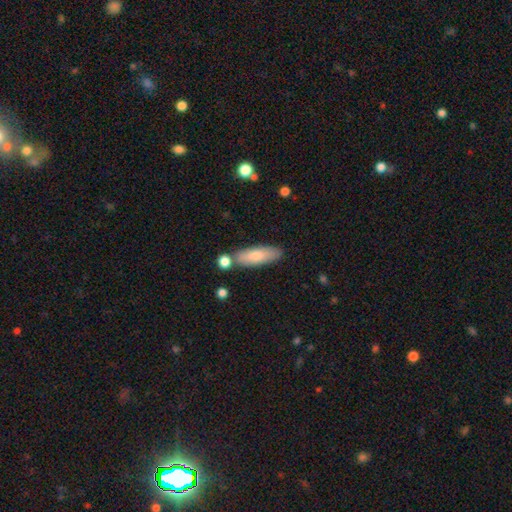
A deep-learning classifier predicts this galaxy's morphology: smooth_or_featured: smooth (p=0.79) [alt: featured or disk p=0.16]
how_rounded: in between (p=0.56) [alt: cigar-shaped p=0.42]
merging: none (p=0.74) [alt: minor disturbance p=0.13]